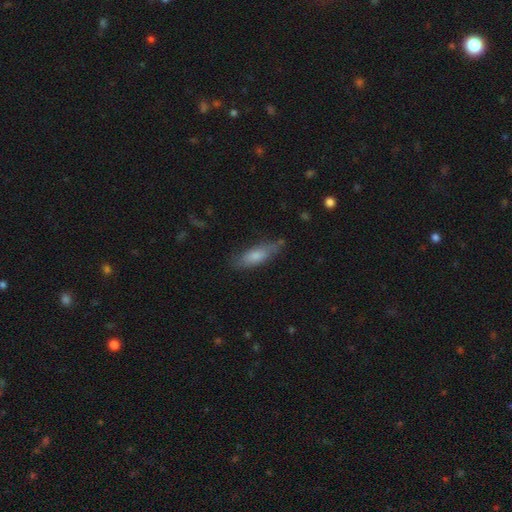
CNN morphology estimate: The model was most divided on "how rounded": in between: 51%, cigar-shaped: 47%, round: 2%. More confident: smooth or featured — smooth (73%); merging — none (68%).